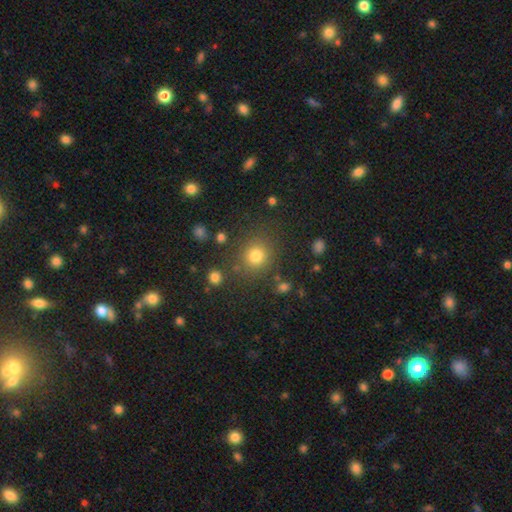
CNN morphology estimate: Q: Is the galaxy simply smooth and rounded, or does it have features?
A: smooth — 78%.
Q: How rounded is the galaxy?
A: round — 86%.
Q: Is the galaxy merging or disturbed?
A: none — 81%.